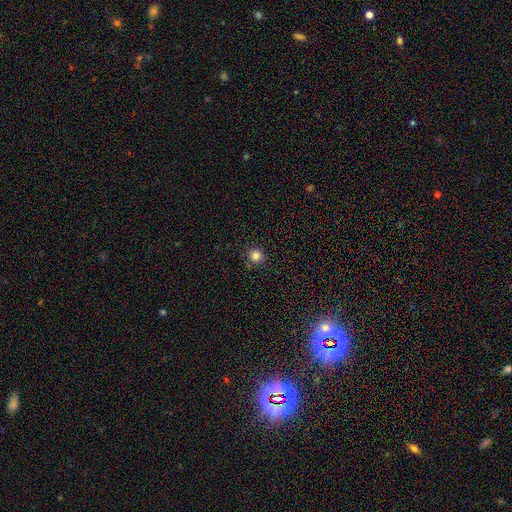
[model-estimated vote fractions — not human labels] Smooth or featured? smooth (83%)
How rounded? round (94%)
Merging? none (86%)